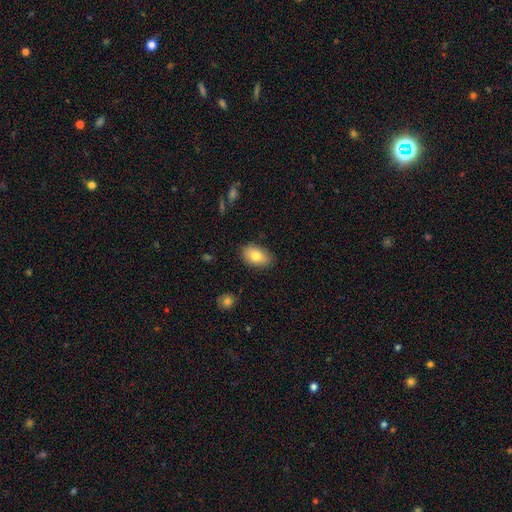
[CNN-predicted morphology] Smooth or featured?
  - smooth: 81% *
  - featured or disk: 12%
  - star or artifact: 8%
How rounded?
  - in between: 90% *
  - round: 9%
  - cigar-shaped: 1%
Merging?
  - none: 83% *
  - minor disturbance: 13%
  - major disturbance: 2%
  - merger: 1%